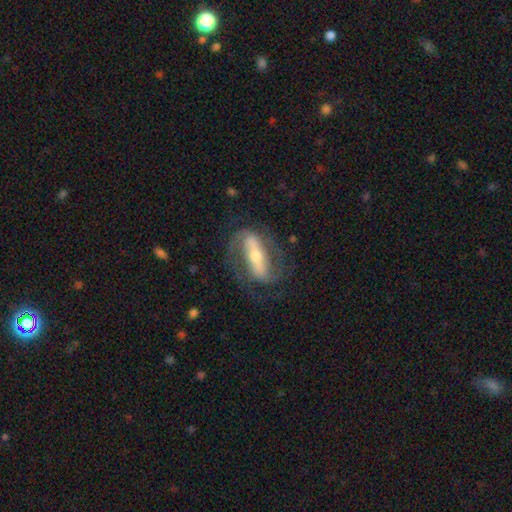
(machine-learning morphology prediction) A featured or disk galaxy (80%) with a strong bar (72%), 2 (86%) medium (46%) spiral arms (84%) and a moderate central bulge (50%).

Vote fractions:
- Smooth or featured? featured or disk: 80% / smooth: 15% / star or artifact: 5%
- Edge-on disk? no: 83% / yes: 17%
- Bar? strong: 72% / weak: 16% / no: 12%
- Spiral arms? yes: 84% / no: 16%
- Spiral winding? medium: 46% / tight: 31% / loose: 23%
- Spiral arm count? 2: 86% / can't tell: 7% / 1: 4% / 3: 1% / 4: 1% / more than 4: 1%
- Bulge size? moderate: 50% / small: 41% / large: 6% / dominant: 2% / none: 2%
- Merging? none: 70% / minor disturbance: 15% / major disturbance: 13% / merger: 2%